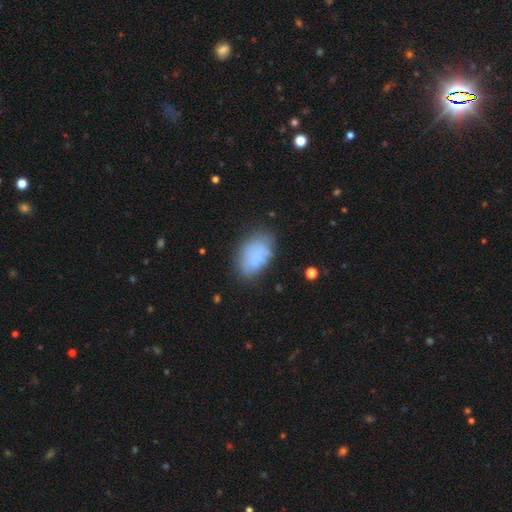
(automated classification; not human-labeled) A smooth galaxy with no disk features (77%) that is in between round and cigar-shaped (91%). Merging: none (63%).